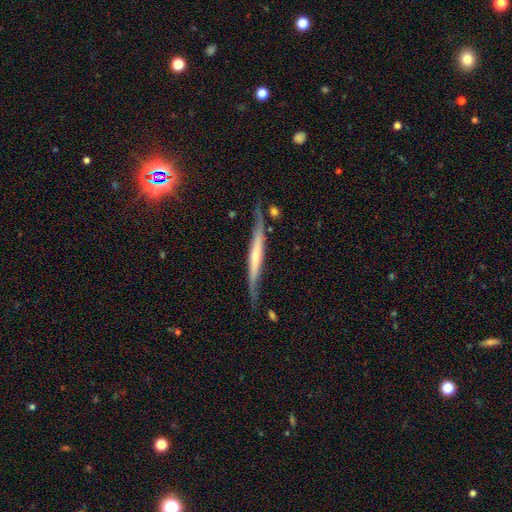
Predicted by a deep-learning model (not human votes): Smooth or featured? featured or disk (66%)
Edge-on disk? yes (87%)
Edge-on bulge? none (47%)
Merging? none (65%)